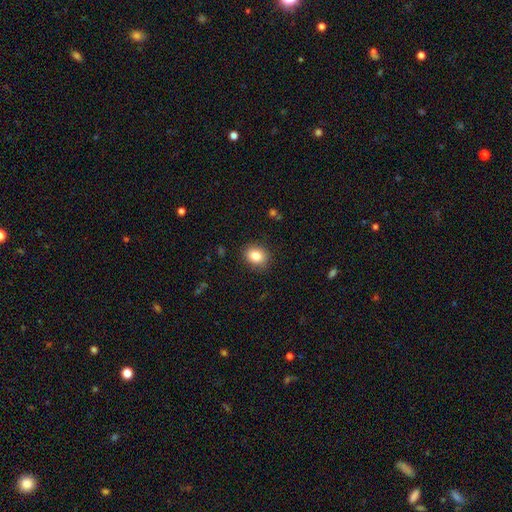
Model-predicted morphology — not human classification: This is clearly a smooth galaxy (84%). How rounded: possibly round (50%). Merging: clearly none (88%).